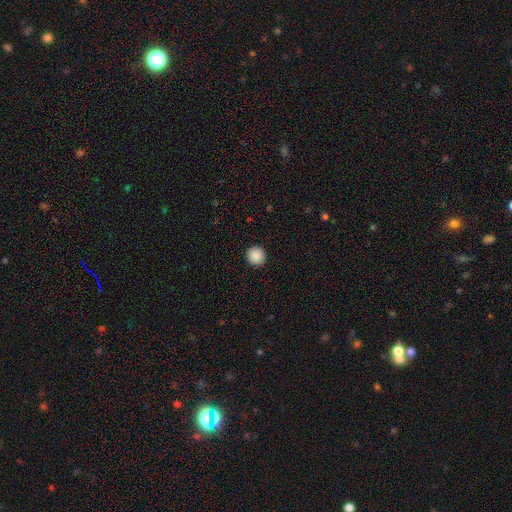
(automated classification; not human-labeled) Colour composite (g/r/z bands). It shows a smooth galaxy with no disk features (88%) that is round (94%). Merging: none (92%).